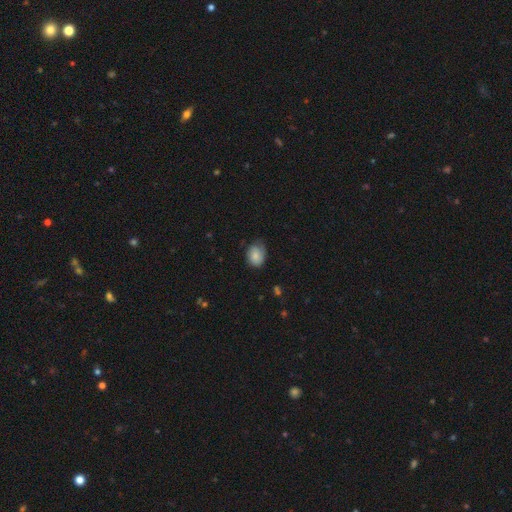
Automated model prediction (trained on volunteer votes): Smooth or featured? smooth (76%)
How rounded? in between (62%)
Merging? none (59%)